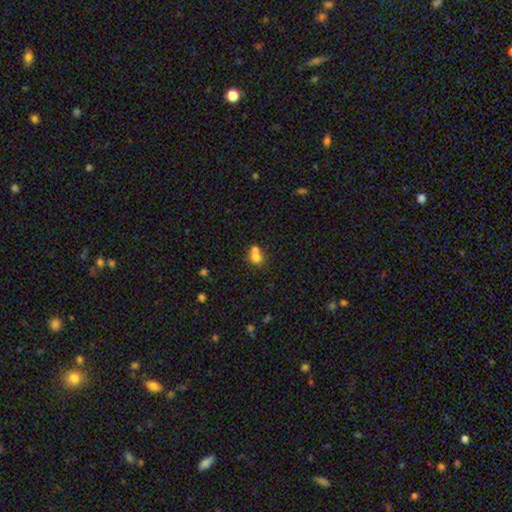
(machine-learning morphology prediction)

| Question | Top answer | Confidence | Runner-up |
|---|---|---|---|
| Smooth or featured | smooth | 73% | featured or disk (15%) |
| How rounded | round | 62% | in between (37%) |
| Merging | merger | 62% | none (28%) |